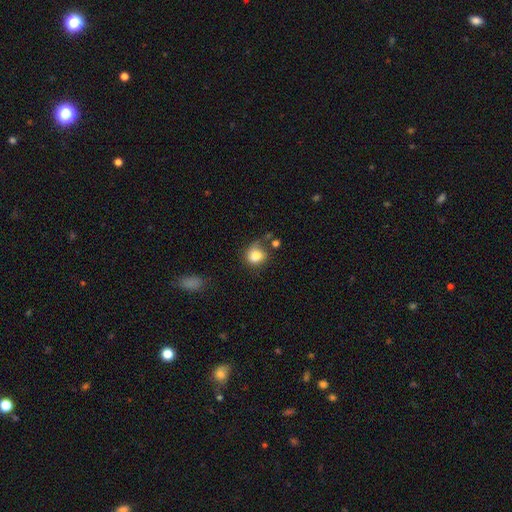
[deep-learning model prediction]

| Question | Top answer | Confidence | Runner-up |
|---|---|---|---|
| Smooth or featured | smooth | 82% | star or artifact (10%) |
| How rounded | round | 65% | in between (34%) |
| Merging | none | 51% | minor disturbance (28%) |